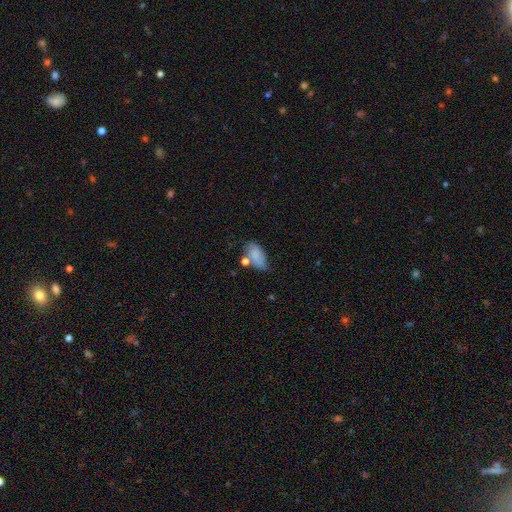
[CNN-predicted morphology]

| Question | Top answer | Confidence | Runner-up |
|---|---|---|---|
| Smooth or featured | smooth | 79% | featured or disk (12%) |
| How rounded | in between | 91% | round (5%) |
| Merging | none | 44% | minor disturbance (29%) |